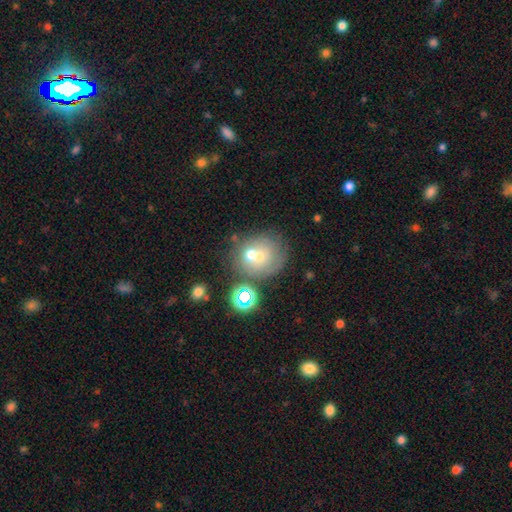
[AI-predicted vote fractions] smooth-or-featured: smooth: 47% | featured or disk: 33% | star or artifact: 20%
  merging: none: 49% | merger: 27% | minor disturbance: 15% | major disturbance: 9%